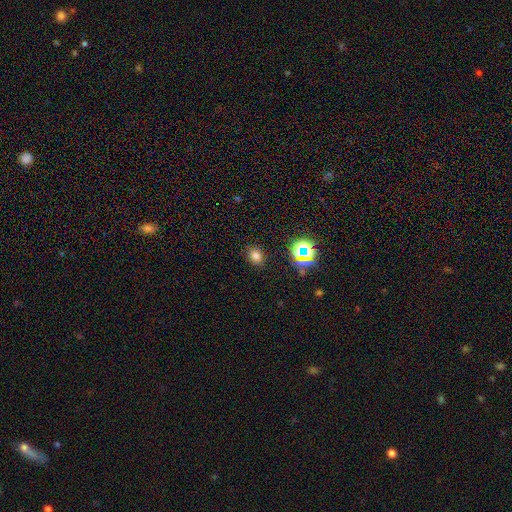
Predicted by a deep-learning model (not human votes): A smooth galaxy with no disk features (72%) that is in between round and cigar-shaped (51%). Merging: none (86%).